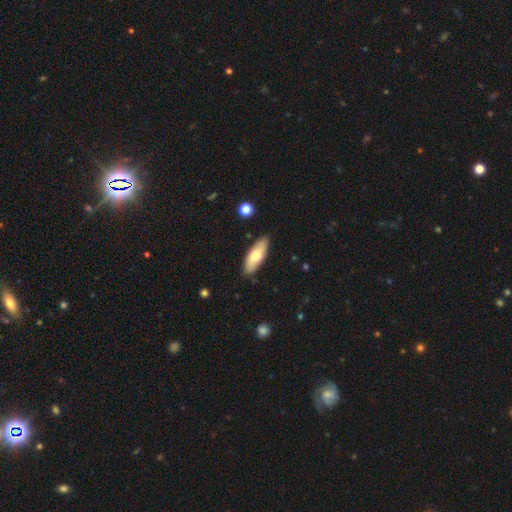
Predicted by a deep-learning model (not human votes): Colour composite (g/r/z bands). It shows a smooth galaxy with no disk features (68%) that is in between round and cigar-shaped (72%). Merging: none (87%).